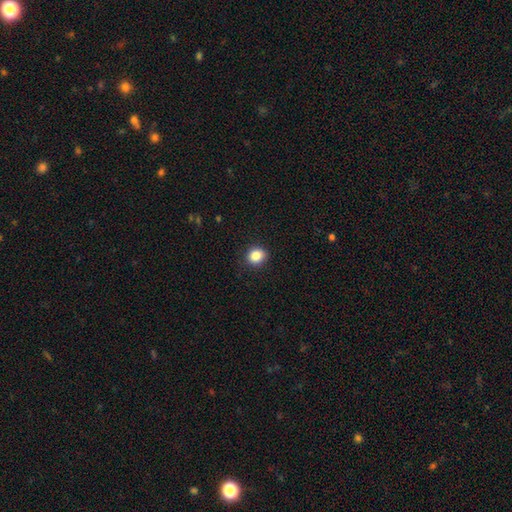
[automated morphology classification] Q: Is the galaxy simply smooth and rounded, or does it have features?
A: smooth — 86%.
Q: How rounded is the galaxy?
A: round — 75%.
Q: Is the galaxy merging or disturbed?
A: none — 88%.